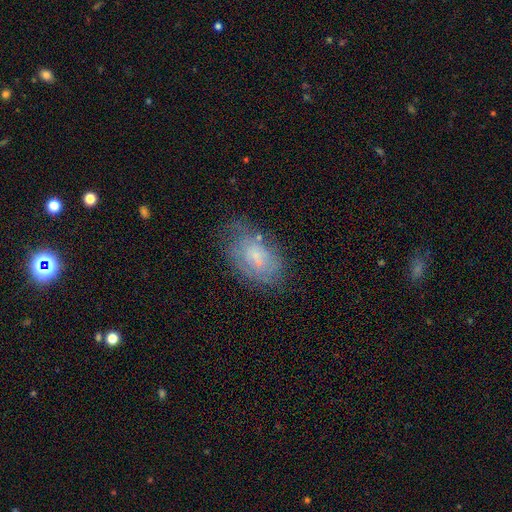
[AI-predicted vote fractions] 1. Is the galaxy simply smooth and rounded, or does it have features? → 48% featured or disk, 42% smooth, 10% star or artifact.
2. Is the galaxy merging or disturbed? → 62% none, 25% minor disturbance, 11% major disturbance, 2% merger.